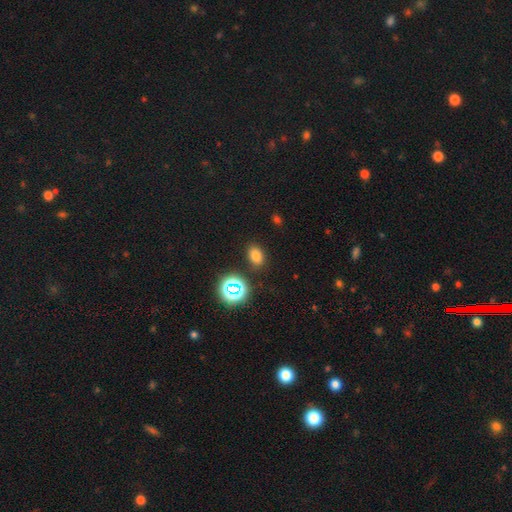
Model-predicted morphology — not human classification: A smooth galaxy with no disk features (74%) that is in between round and cigar-shaped (74%).

Vote fractions:
- Smooth or featured? smooth: 74% / star or artifact: 20% / featured or disk: 6%
- How rounded? in between: 74% / round: 25% / cigar-shaped: 1%
- Merging? none: 86% / minor disturbance: 9% / major disturbance: 3% / merger: 3%